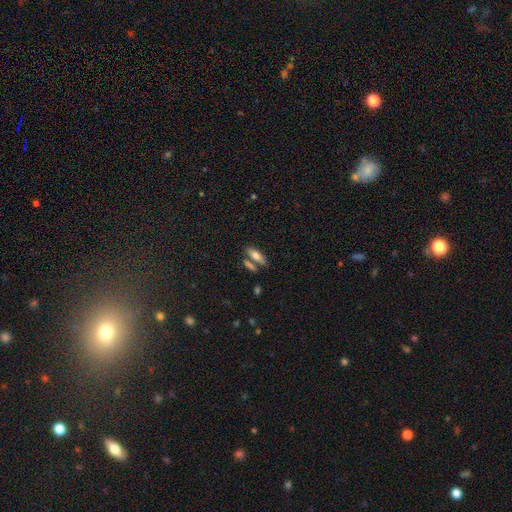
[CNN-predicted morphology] A smooth galaxy with no disk features (74%) that is in between round and cigar-shaped (58%). Merging: none (61%).